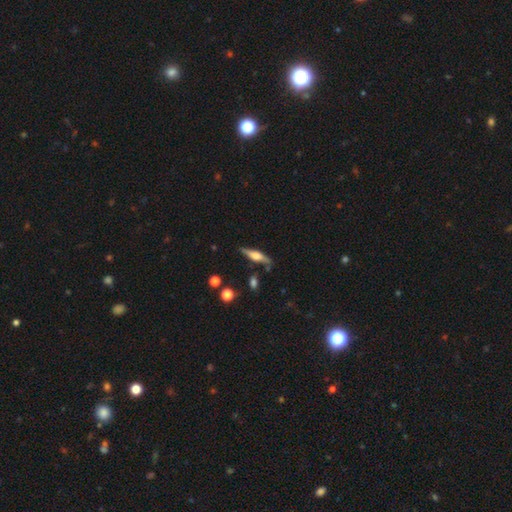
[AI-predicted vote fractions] Smooth or featured?
  - featured or disk: 64% *
  - smooth: 30%
  - star or artifact: 7%
Edge-on disk?
  - yes: 95% *
  - no: 5%
Edge-on bulge?
  - rounded: 81% *
  - boxy: 16%
  - none: 3%
Merging?
  - none: 79% *
  - minor disturbance: 13%
  - merger: 4%
  - major disturbance: 3%